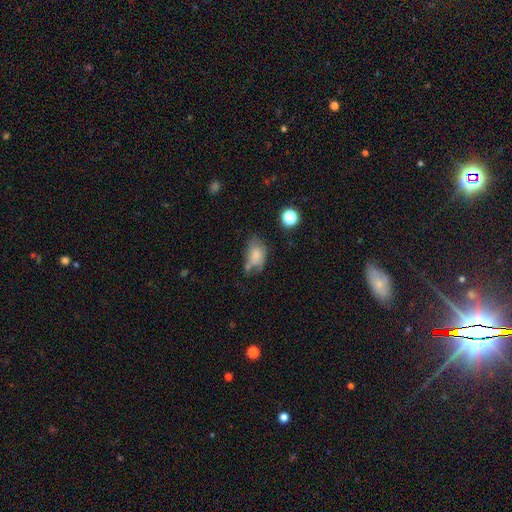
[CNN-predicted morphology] This appears to be a smooth galaxy with no disk features (71%) that is in between round and cigar-shaped (85%). Merging: none (38%).